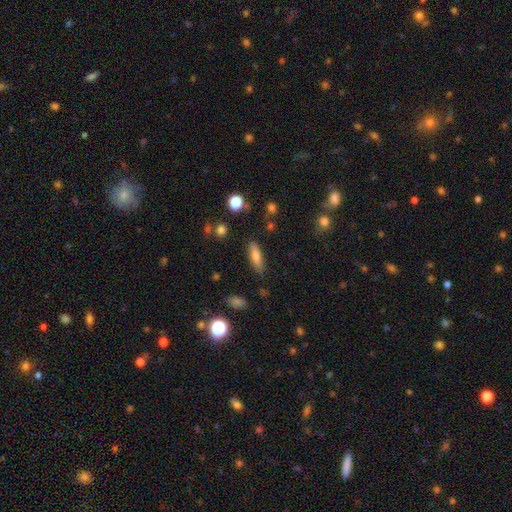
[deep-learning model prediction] Smooth or featured? smooth (70%)
How rounded? cigar-shaped (52%)
Merging? none (82%)